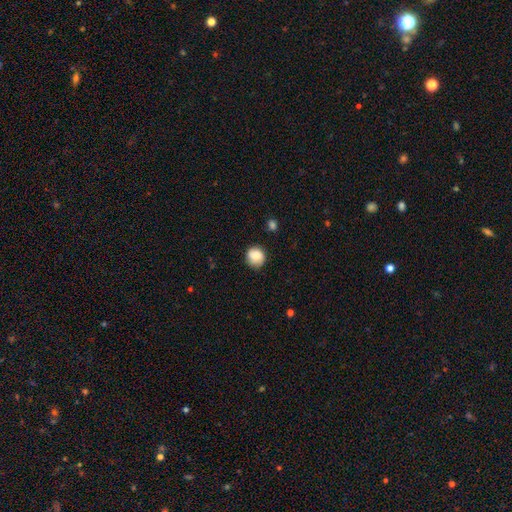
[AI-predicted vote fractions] smooth 85%, star or artifact 8%, featured or disk 7%. Down the decision tree: how rounded — round (87%); merging — none (78%).